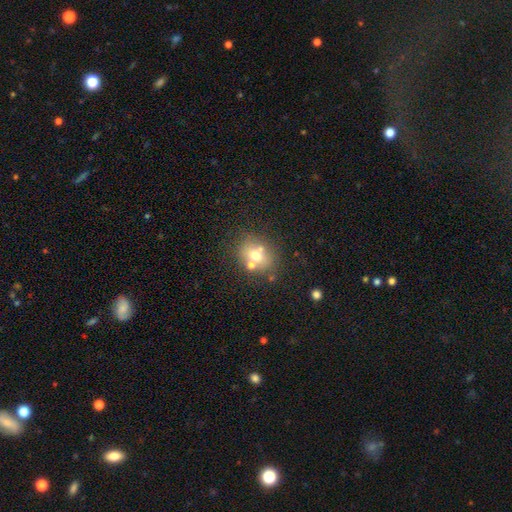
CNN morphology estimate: Smooth or featured: smooth — 61% (featured or disk — 26%)
How rounded: round — 63% (in between — 36%)
Merging: none — 58% (merger — 25%)